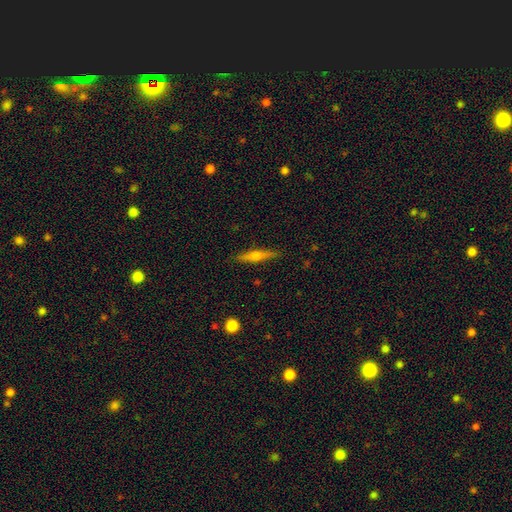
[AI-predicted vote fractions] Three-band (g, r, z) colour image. It shows a featured or disk galaxy (48%). Merging: none (88%).